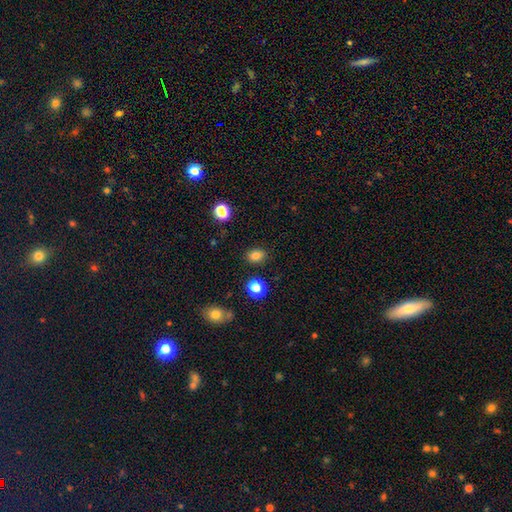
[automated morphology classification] A smooth galaxy with no disk features (81%) that is in between round and cigar-shaped (59%). Merging: none (87%).